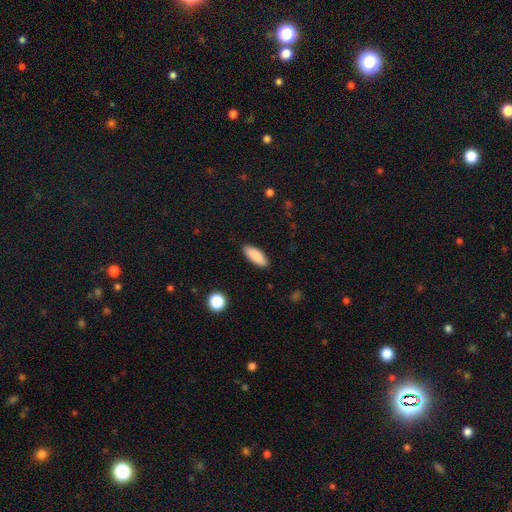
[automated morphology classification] Smooth or featured? Predicted: smooth (p=0.88). How rounded? Predicted: in between (p=0.75). Merging? Predicted: none (p=0.89).